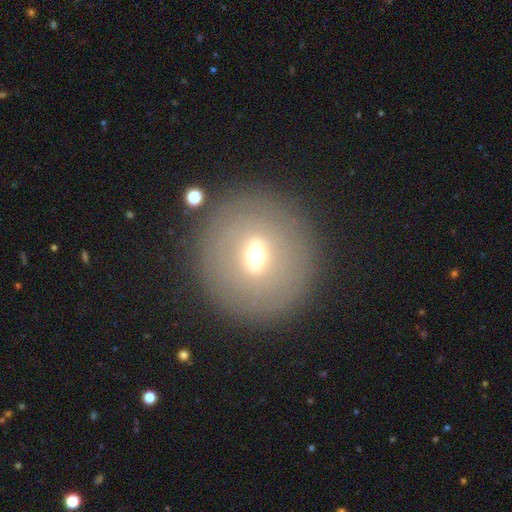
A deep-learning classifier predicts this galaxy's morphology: featured or disk 48%, smooth 40%, star or artifact 12%. Down the decision tree: merging — none (86%).